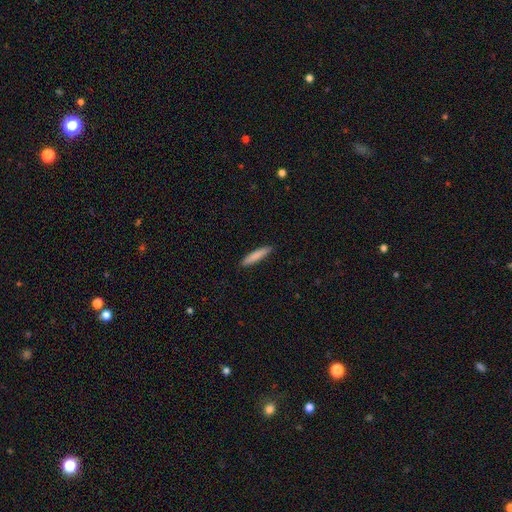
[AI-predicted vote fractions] smooth_or_featured: smooth (p=0.83) [alt: featured or disk p=0.11]
how_rounded: cigar-shaped (p=0.89) [alt: in between p=0.10]
merging: none (p=0.90) [alt: minor disturbance p=0.07]